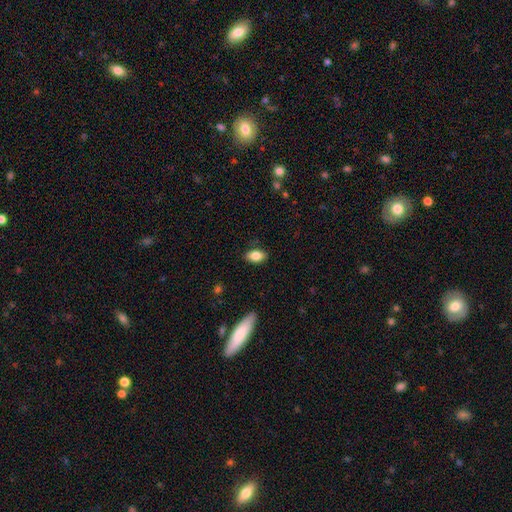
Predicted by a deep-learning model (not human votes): Smooth or featured? Predicted: smooth (p=0.84). How rounded? Predicted: in between (p=0.89). Merging? Predicted: none (p=0.86).